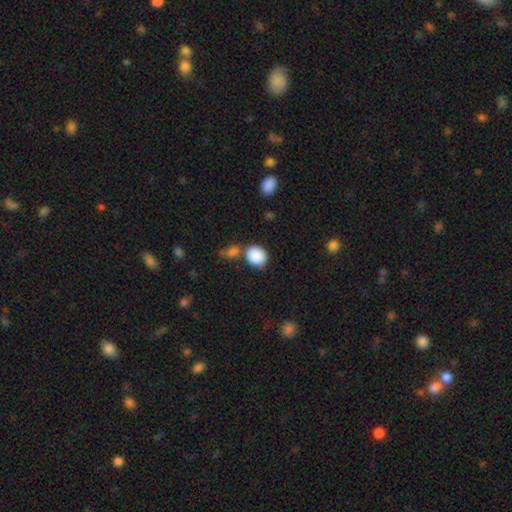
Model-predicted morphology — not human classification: This appears to be a smooth galaxy with no disk features (88%) that is round (57%). Merging: none (58%).